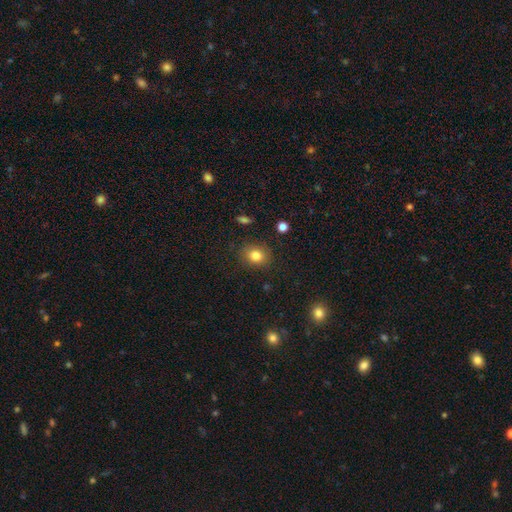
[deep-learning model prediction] Smooth or featured?
  - smooth: 82% *
  - star or artifact: 11%
  - featured or disk: 7%
How rounded?
  - round: 62% *
  - in between: 37%
  - cigar-shaped: 1%
Merging?
  - none: 87% *
  - minor disturbance: 9%
  - major disturbance: 3%
  - merger: 1%